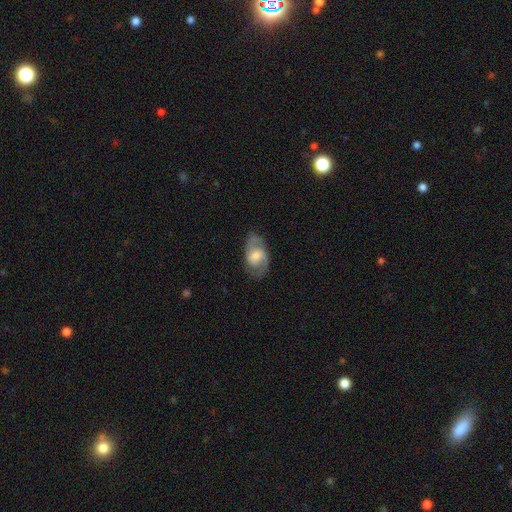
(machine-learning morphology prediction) Smooth or featured? featured or disk (66%)
Edge-on disk? no (95%)
Bar? no (46%)
Spiral arms? yes (88%)
Spiral winding? medium (52%)
Spiral arm count? 2 (85%)
Bulge size? moderate (45%)
Merging? none (72%)